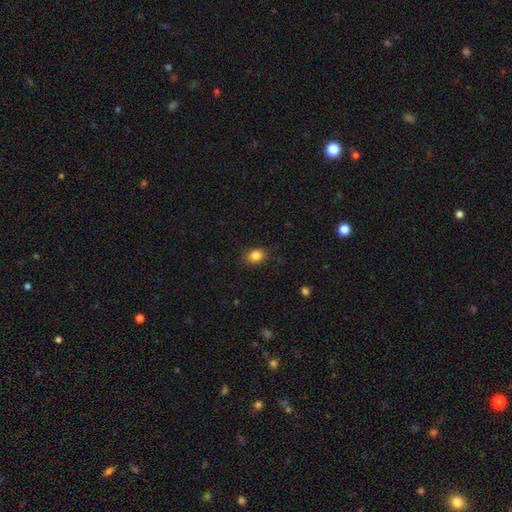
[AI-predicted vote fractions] This is clearly a smooth galaxy (85%). How rounded: possibly in between (56%). Merging: clearly none (85%).